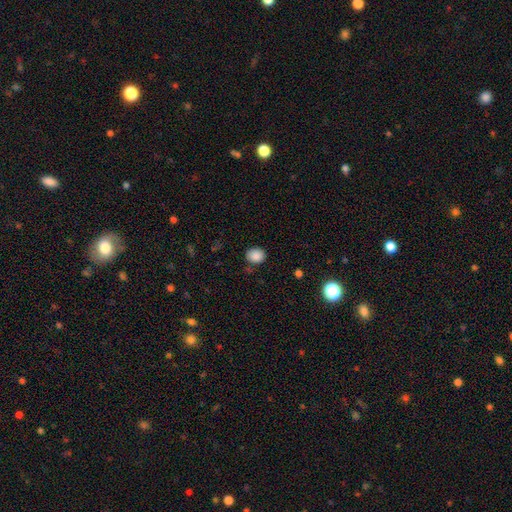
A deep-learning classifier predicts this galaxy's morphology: Overall: smooth (87%). How rounded: round (64%; in between 35%). Merging: none (81%).